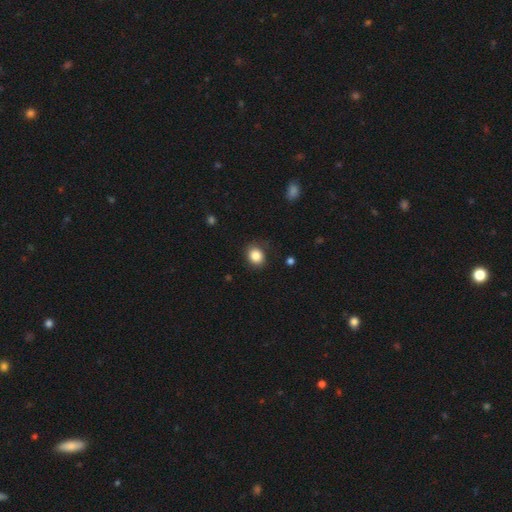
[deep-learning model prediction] The model was most divided on "how rounded": round: 62%, in between: 37%, cigar-shaped: 1%. More confident: smooth or featured — smooth (86%); merging — none (83%).